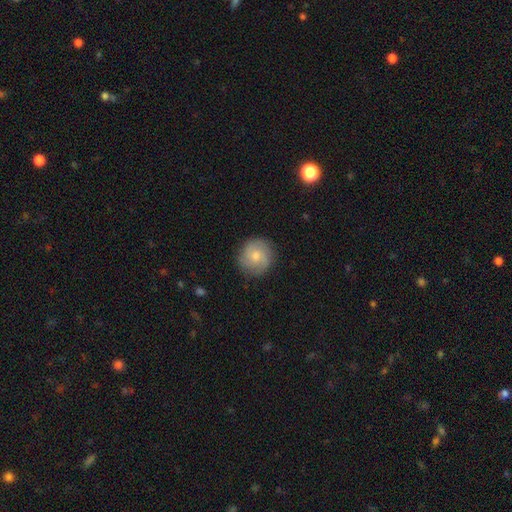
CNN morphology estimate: A smooth galaxy with no disk features (52%) that is round (91%).

Vote fractions:
- Smooth or featured? smooth: 52% / featured or disk: 41% / star or artifact: 7%
- How rounded? round: 91% / in between: 7% / cigar-shaped: 1%
- Merging? none: 84% / minor disturbance: 12% / major disturbance: 3% / merger: 1%